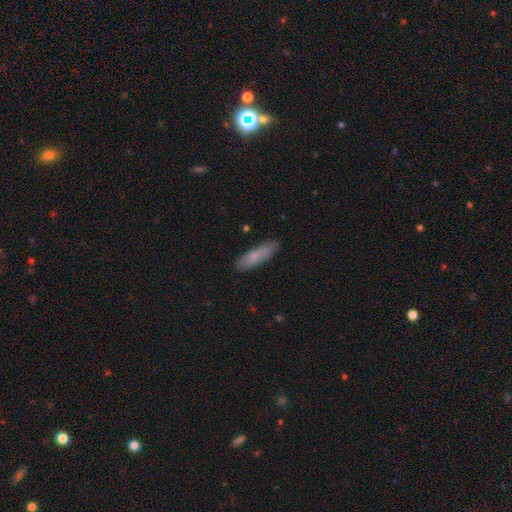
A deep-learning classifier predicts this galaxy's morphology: The model was most divided on "how rounded": cigar-shaped: 67%, in between: 31%, round: 2%. More confident: merging — none (84%); smooth or featured — smooth (79%).